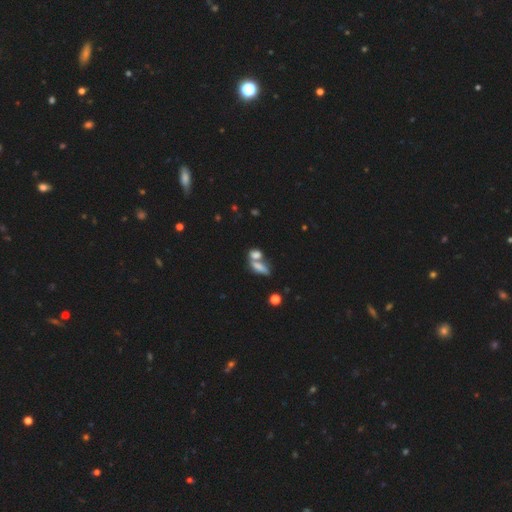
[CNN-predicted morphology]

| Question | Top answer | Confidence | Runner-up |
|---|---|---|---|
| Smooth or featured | smooth | 73% | featured or disk (16%) |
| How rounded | in between | 70% | cigar-shaped (18%) |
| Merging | merger | 56% | none (30%) |